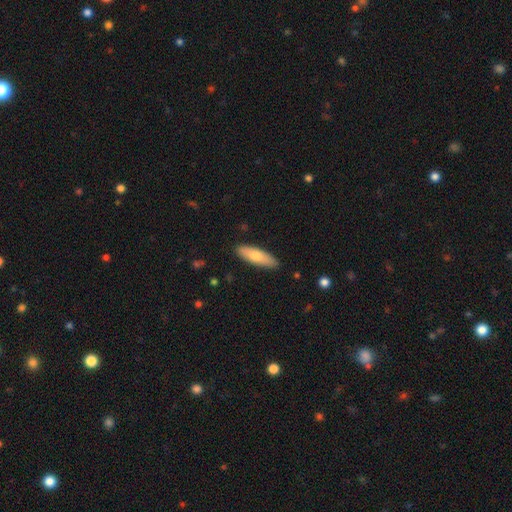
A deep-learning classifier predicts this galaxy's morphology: Smooth or featured?
  - smooth: 74% *
  - featured or disk: 21%
  - star or artifact: 5%
How rounded?
  - cigar-shaped: 55% *
  - in between: 43%
  - round: 2%
Merging?
  - none: 88% *
  - minor disturbance: 9%
  - major disturbance: 2%
  - merger: 1%